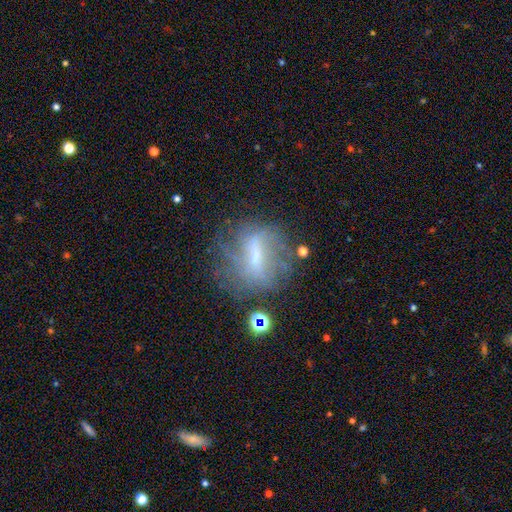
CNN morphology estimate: Smooth or featured? Predicted: featured or disk (p=0.62). Edge-on disk? Predicted: no (p=0.87). Bar? Predicted: strong (p=0.45). Spiral arms? Predicted: yes (p=0.53). Bulge size? Predicted: small (p=0.42). Merging? Predicted: none (p=0.56).